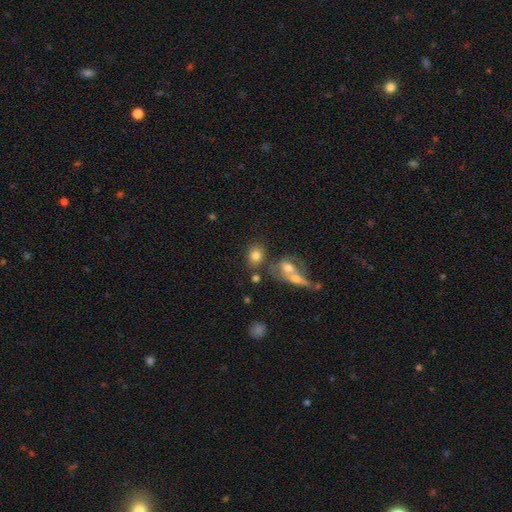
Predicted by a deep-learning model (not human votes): This is likely a smooth galaxy (77%). How rounded: possibly round (52%). Merging: possibly none (59%).